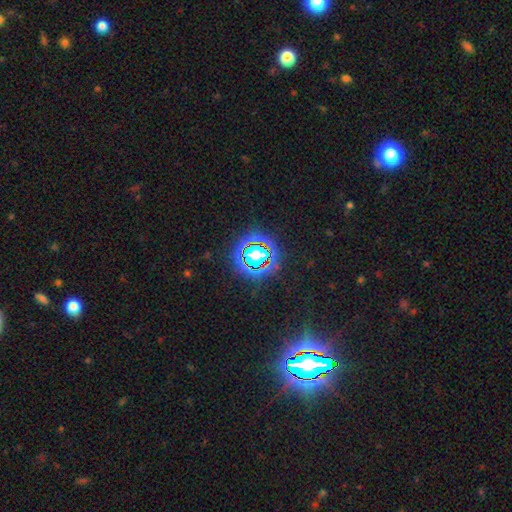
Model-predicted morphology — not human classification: This is likely a star or artifact rather than a galaxy (68%).